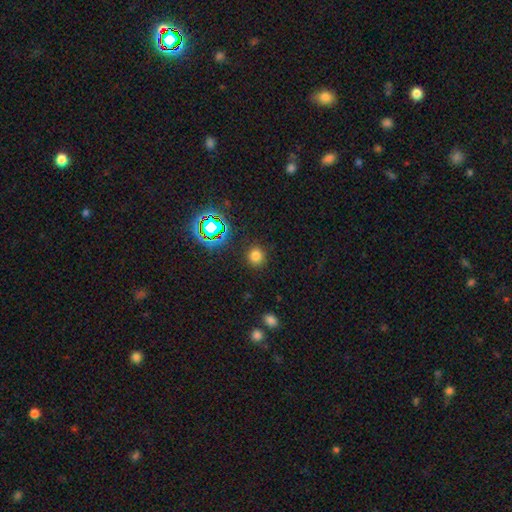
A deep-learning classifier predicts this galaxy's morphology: This is likely a smooth galaxy (73%). How rounded: clearly round (87%). Merging: clearly none (89%).